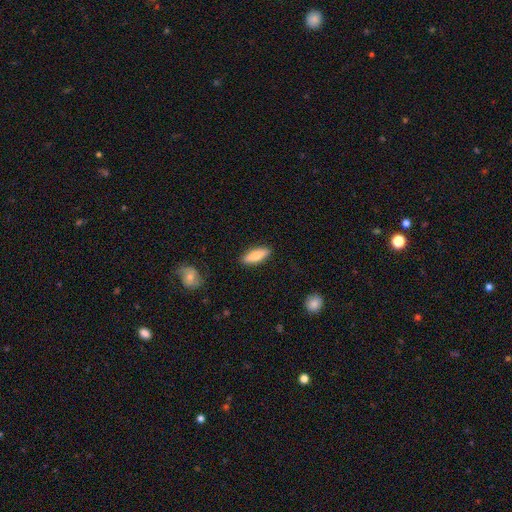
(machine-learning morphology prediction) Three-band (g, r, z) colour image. It shows a smooth galaxy with no disk features (73%) that is in between round and cigar-shaped (57%). Merging: none (88%).